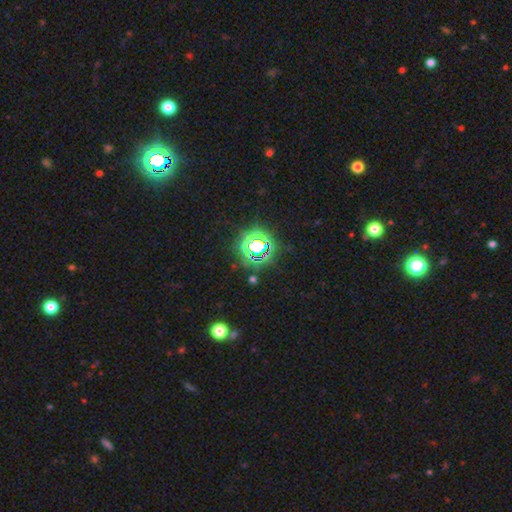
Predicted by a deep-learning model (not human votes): Q: Smooth or featured?
A: star or artifact (73%); runner-up: smooth (18%)